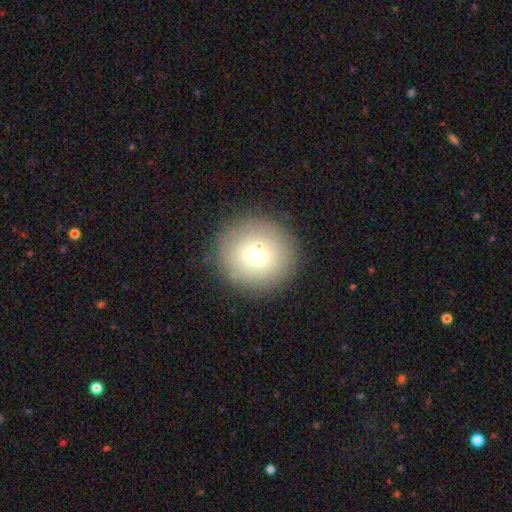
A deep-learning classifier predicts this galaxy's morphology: smooth 67%, featured or disk 21%, star or artifact 12%. Down the decision tree: how rounded — round (91%); merging — none (82%).